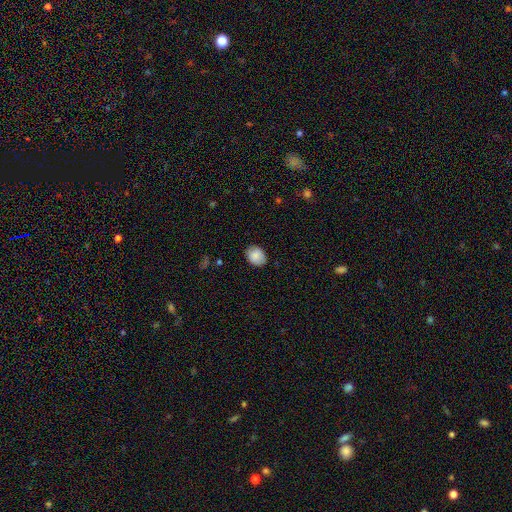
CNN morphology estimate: The model was most divided on "how rounded": in between: 58%, round: 41%, cigar-shaped: 1%. More confident: smooth or featured — smooth (86%); merging — none (82%).